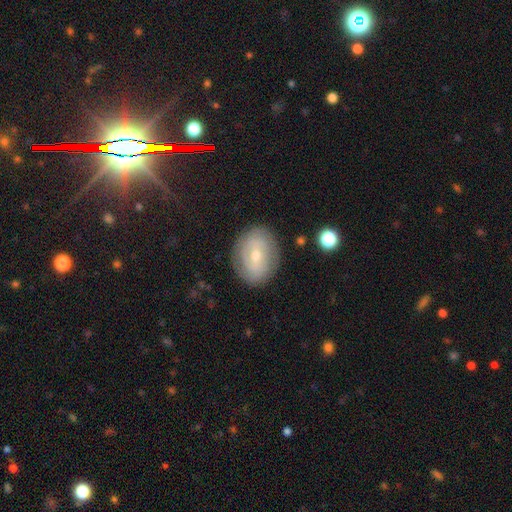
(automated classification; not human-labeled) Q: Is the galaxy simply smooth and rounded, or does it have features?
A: featured or disk — 58%.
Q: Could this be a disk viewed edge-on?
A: no — 94%.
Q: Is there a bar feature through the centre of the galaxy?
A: no — 44%.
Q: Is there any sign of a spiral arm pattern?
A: yes — 62%.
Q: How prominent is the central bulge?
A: small — 55%.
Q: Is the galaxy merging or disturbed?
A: none — 83%.